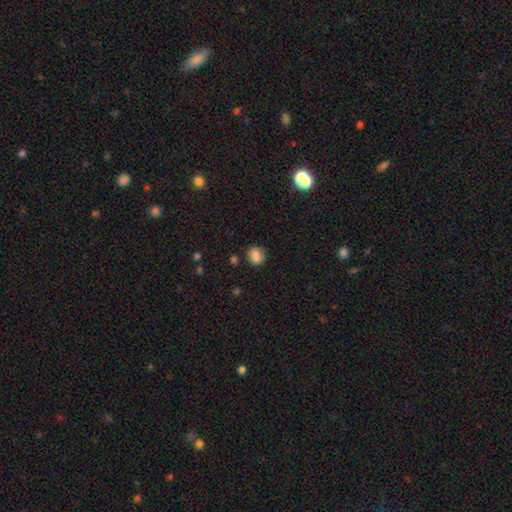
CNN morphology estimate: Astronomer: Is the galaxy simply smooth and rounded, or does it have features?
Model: smooth — 79%.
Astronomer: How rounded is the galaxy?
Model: round — 77%.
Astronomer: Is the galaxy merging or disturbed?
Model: none — 77%.